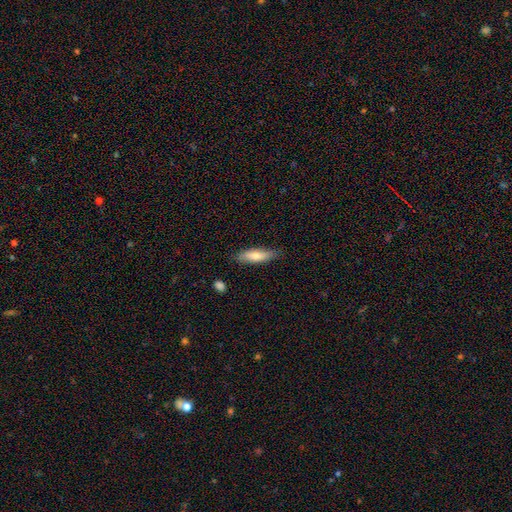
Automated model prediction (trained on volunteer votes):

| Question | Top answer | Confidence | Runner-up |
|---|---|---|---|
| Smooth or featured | smooth | 72% | featured or disk (22%) |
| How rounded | cigar-shaped | 58% | in between (40%) |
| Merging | none | 80% | minor disturbance (16%) |